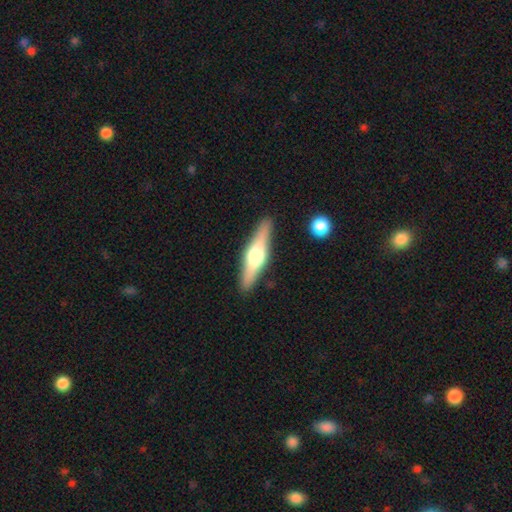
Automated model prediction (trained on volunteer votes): Morphology: type=featured or disk (59%); edge-on=yes (95%); edge-on bulge=rounded (92%); merging=none (88%).